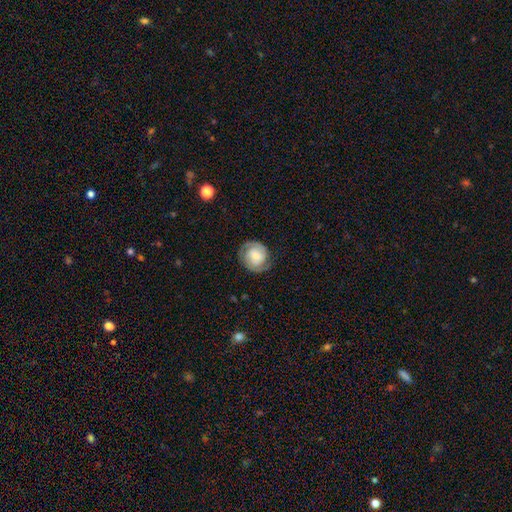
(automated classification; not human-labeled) Overall: featured or disk (69%). Edge-on disk: no (98%). Bar: no (46%; weak 41%). Spiral arms: yes (93%). Spiral arm count: 2 (80%). Spiral winding: tight (58%; medium 34%). Bulge size: small (40%; moderate 29%). Merging: none (77%).